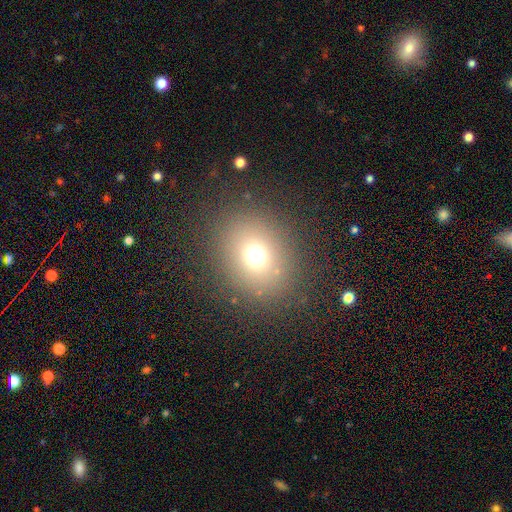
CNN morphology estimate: type=smooth (69%); roundness=round (68%); merging=none (84%).